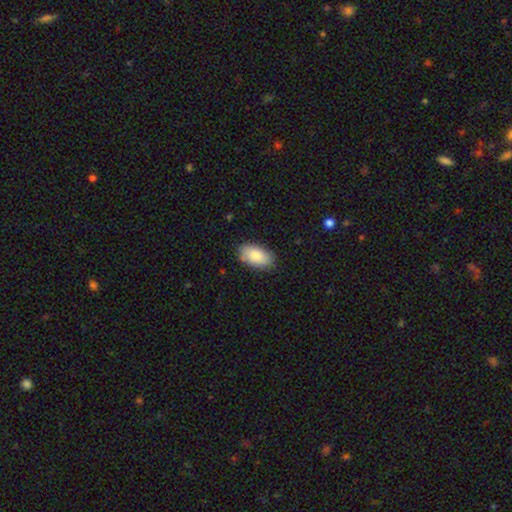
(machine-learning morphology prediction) Smooth or featured?
  - smooth: 85% *
  - featured or disk: 9%
  - star or artifact: 6%
How rounded?
  - in between: 94% *
  - round: 4%
  - cigar-shaped: 2%
Merging?
  - none: 83% *
  - minor disturbance: 13%
  - major disturbance: 3%
  - merger: 1%